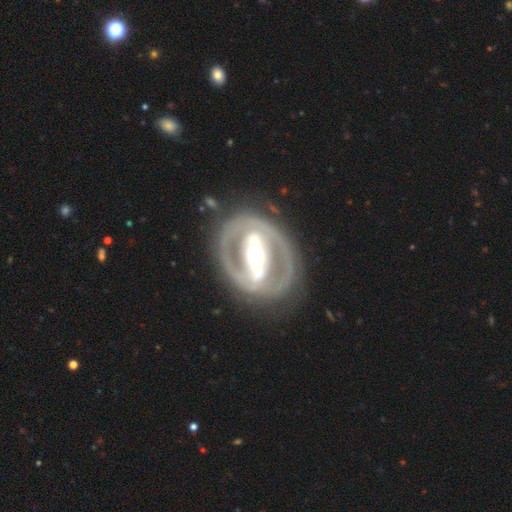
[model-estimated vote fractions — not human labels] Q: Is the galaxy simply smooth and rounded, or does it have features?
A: featured or disk — 85%.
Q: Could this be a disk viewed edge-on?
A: no — 92%.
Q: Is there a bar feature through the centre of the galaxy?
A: strong — 78%.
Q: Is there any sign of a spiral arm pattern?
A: no — 51%.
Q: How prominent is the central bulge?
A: moderate — 62%.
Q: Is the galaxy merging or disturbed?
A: none — 78%.